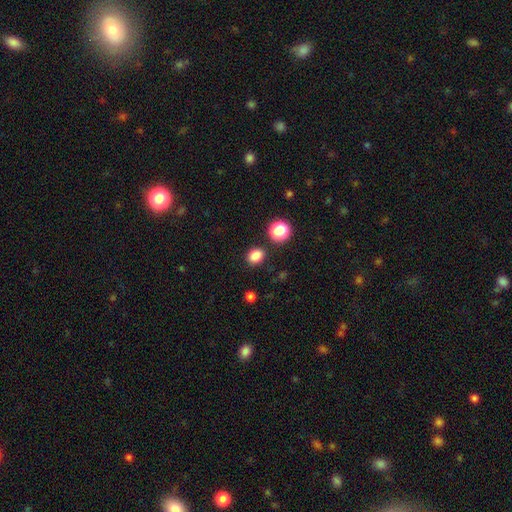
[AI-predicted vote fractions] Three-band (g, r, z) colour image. It shows a smooth galaxy with no disk features (84%) that is round (51%). Merging: none (84%).